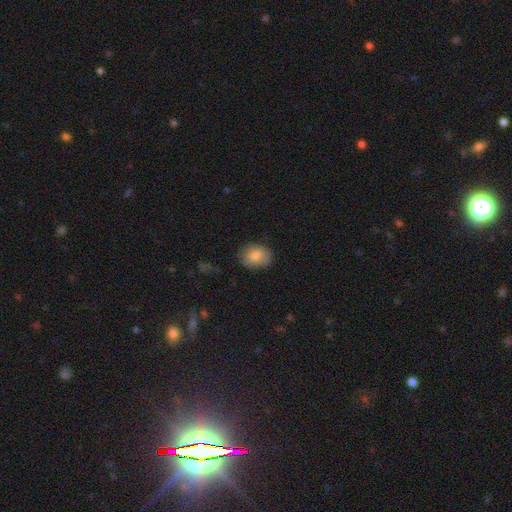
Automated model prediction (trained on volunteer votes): Q: Smooth or featured?
A: smooth (82%); runner-up: featured or disk (10%)
Q: How rounded?
A: in between (60%); runner-up: round (39%)
Q: Merging?
A: none (81%); runner-up: minor disturbance (15%)